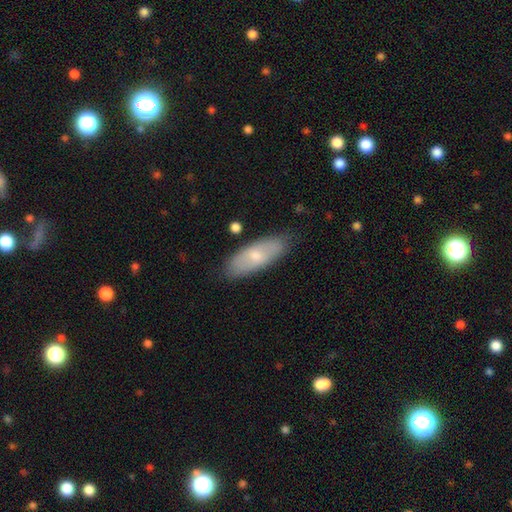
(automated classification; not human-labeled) smooth-or-featured: smooth: 64% | featured or disk: 30% | star or artifact: 6%
  how-rounded: in between: 71% | cigar-shaped: 27% | round: 2%
  merging: none: 81% | minor disturbance: 14% | major disturbance: 3% | merger: 2%